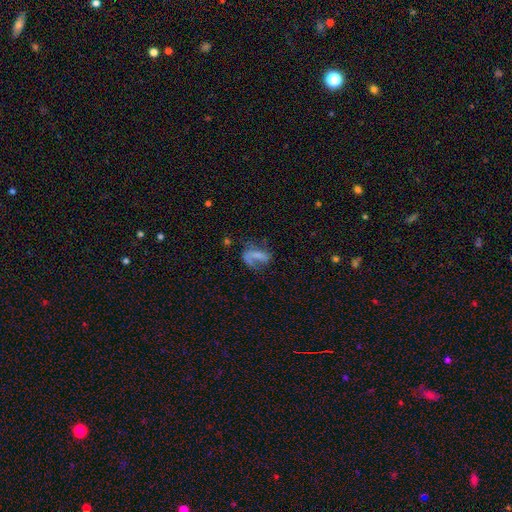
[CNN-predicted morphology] The model was most divided on "smooth or featured": featured or disk: 46%, smooth: 42%, star or artifact: 12%. Remaining: merging — major disturbance (41%).